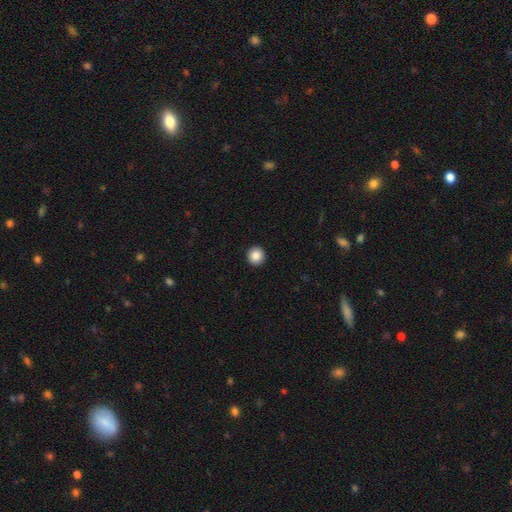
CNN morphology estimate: Smooth or featured?
  - smooth: 87% *
  - star or artifact: 9%
  - featured or disk: 4%
How rounded?
  - round: 96% *
  - in between: 3%
  - cigar-shaped: 1%
Merging?
  - none: 94% *
  - minor disturbance: 4%
  - major disturbance: 1%
  - merger: 1%